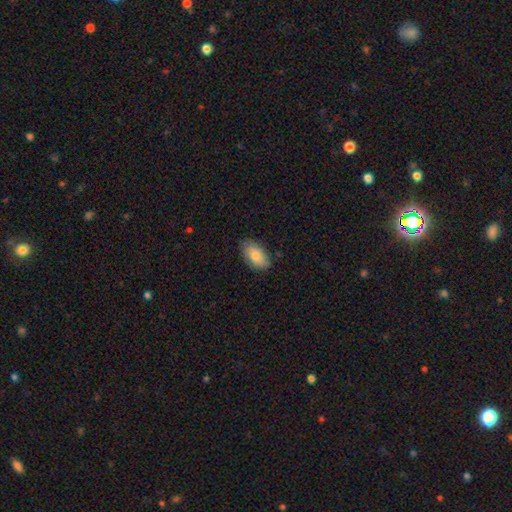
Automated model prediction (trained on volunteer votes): Smooth or featured?
  - smooth: 82% *
  - featured or disk: 11%
  - star or artifact: 6%
How rounded?
  - in between: 94% *
  - round: 4%
  - cigar-shaped: 2%
Merging?
  - none: 81% *
  - minor disturbance: 15%
  - major disturbance: 3%
  - merger: 1%